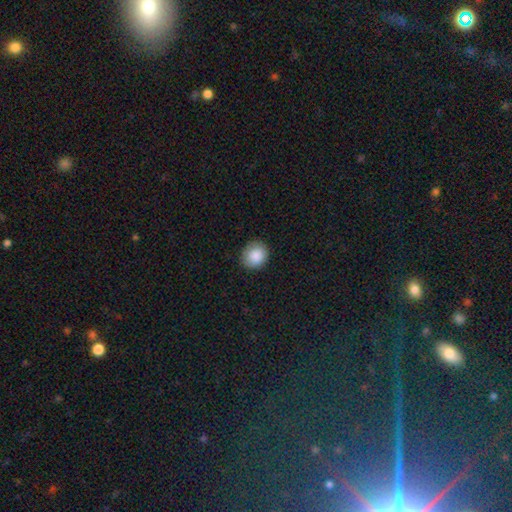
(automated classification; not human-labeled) The model was most divided on "how rounded": round: 74%, in between: 25%, cigar-shaped: 1%. More confident: smooth or featured — smooth (88%); merging — none (85%).